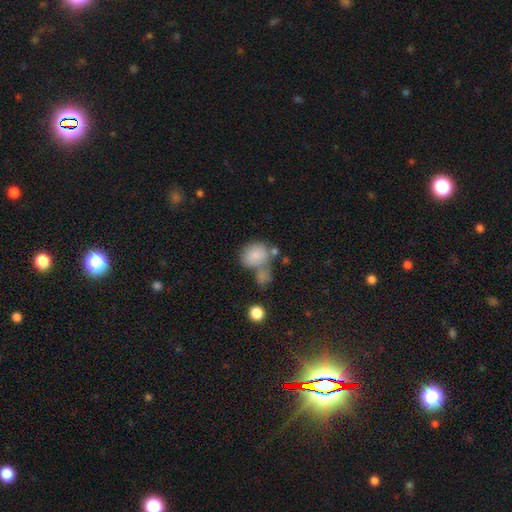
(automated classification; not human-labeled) Smooth or featured? smooth (82%)
How rounded? round (52%)
Merging? none (40%)